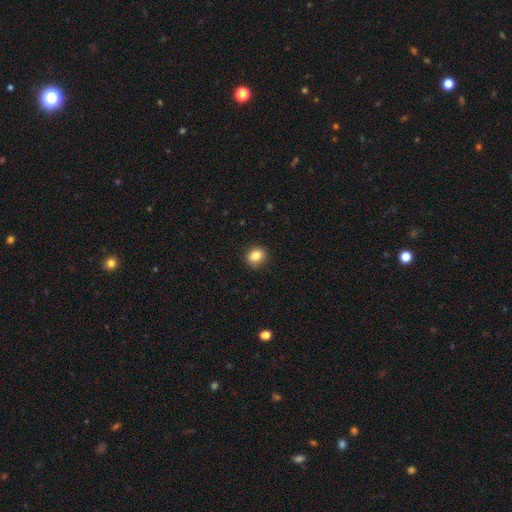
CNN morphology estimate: Smooth or featured? smooth (84%)
How rounded? round (50%)
Merging? none (86%)